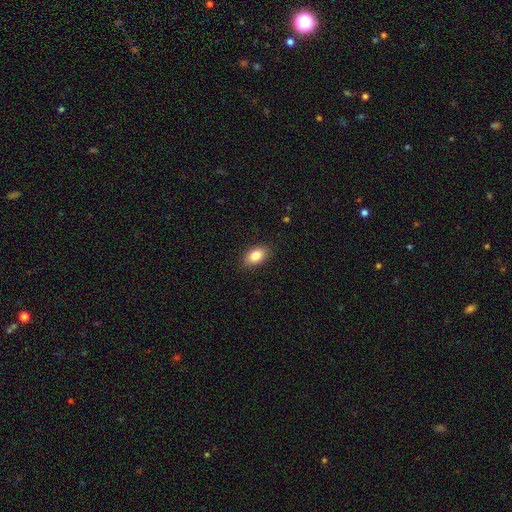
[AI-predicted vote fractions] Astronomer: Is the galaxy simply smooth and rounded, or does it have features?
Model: smooth — 85%.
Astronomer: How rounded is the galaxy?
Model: in between — 88%.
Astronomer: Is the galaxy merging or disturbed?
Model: none — 87%.